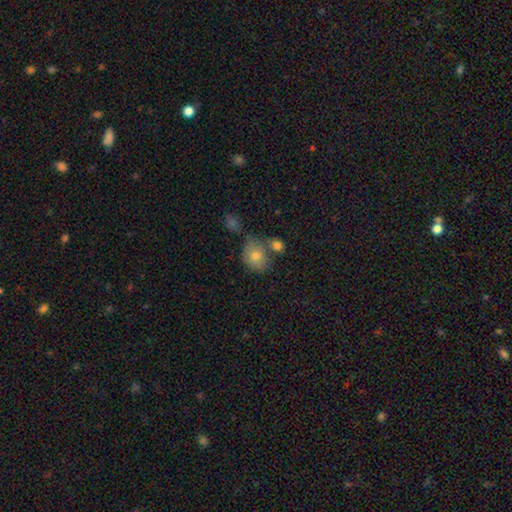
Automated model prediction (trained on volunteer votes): smooth 75%, featured or disk 14%, star or artifact 11%. Down the decision tree: how rounded — round (57%); merging — none (53%).